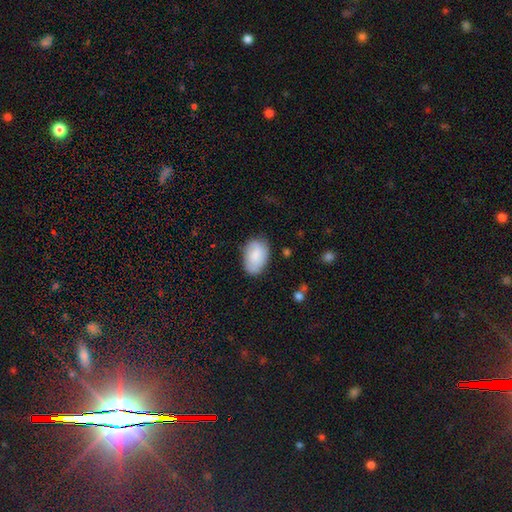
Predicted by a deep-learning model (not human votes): Overall: smooth (81%). How rounded: in between (90%). Merging: none (73%).